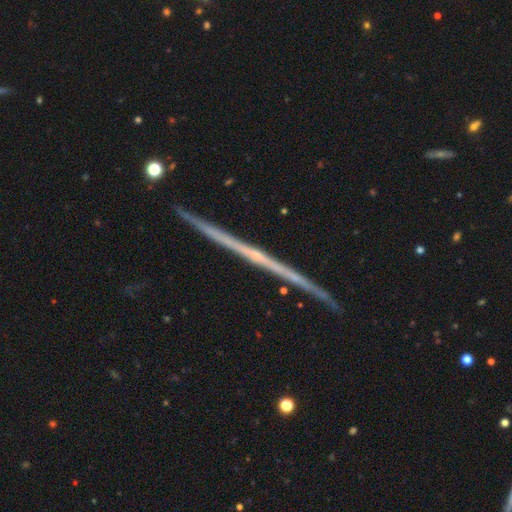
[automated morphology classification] smooth-or-featured: featured or disk: 79% | smooth: 14% | star or artifact: 7%
  disk-edge-on: yes: 98% | no: 2%
    edge-on-bulge: none: 79% | rounded: 16% | boxy: 4%
  merging: none: 91% | minor disturbance: 7% | merger: 1% | major disturbance: 1%